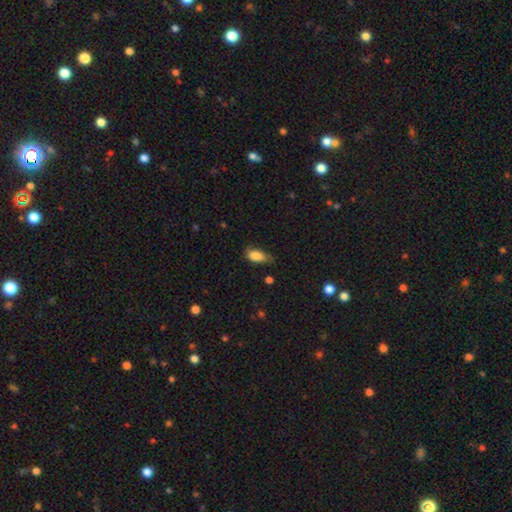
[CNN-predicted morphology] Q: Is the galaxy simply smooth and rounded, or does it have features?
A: smooth — 84%.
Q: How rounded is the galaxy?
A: in between — 88%.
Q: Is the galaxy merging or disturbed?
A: none — 48%.